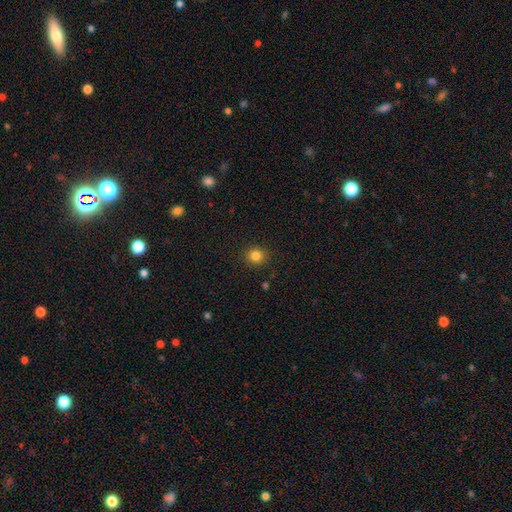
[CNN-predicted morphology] smooth-or-featured: smooth: 83% | star or artifact: 12% | featured or disk: 5%
  how-rounded: round: 87% | in between: 12% | cigar-shaped: 1%
  merging: none: 90% | minor disturbance: 7% | major disturbance: 2% | merger: 1%